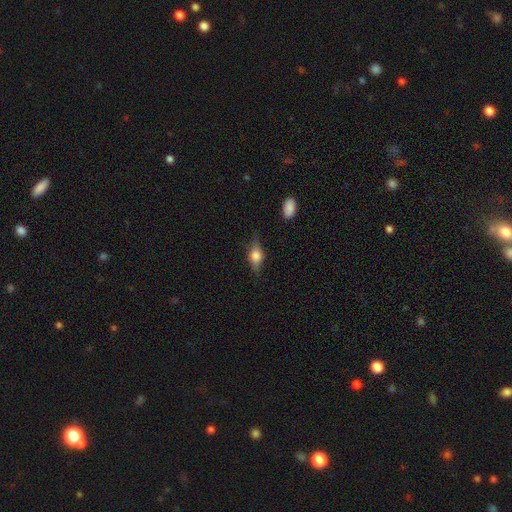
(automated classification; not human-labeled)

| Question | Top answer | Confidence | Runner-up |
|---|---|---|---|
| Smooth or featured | smooth | 48% | featured or disk (44%) |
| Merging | none | 73% | minor disturbance (20%) |